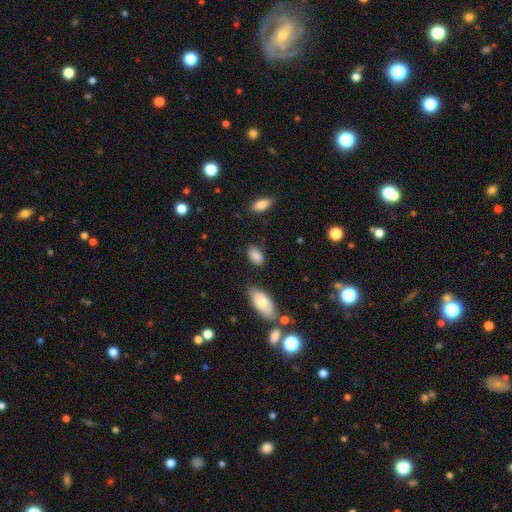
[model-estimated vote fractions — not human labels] A smooth galaxy with no disk features (86%) that is in between round and cigar-shaped (92%).

Vote fractions:
- Smooth or featured? smooth: 86% / star or artifact: 8% / featured or disk: 7%
- How rounded? in between: 92% / round: 6% / cigar-shaped: 2%
- Merging? none: 79% / minor disturbance: 15% / major disturbance: 4% / merger: 3%